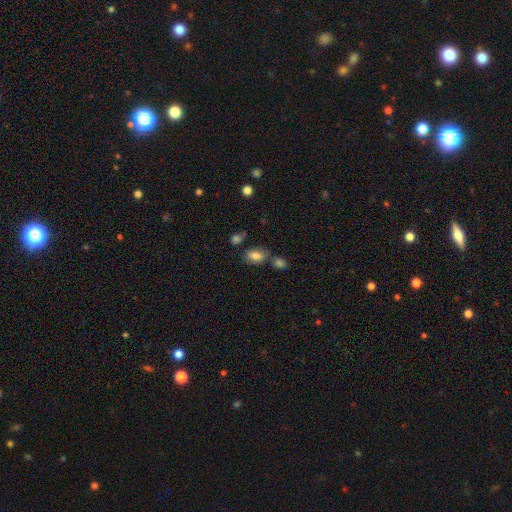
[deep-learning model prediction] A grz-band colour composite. It shows a smooth galaxy with no disk features (81%) that is in between round and cigar-shaped (86%). Merging: none (60%).